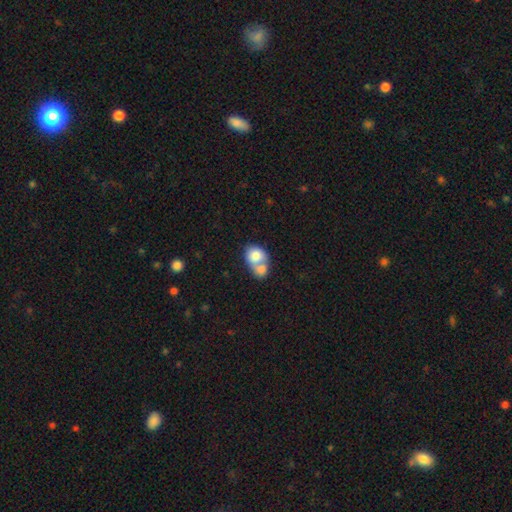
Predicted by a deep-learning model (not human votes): Smooth or featured? Predicted: smooth (p=0.75). How rounded? Predicted: in between (p=0.50). Merging? Predicted: merger (p=0.72).